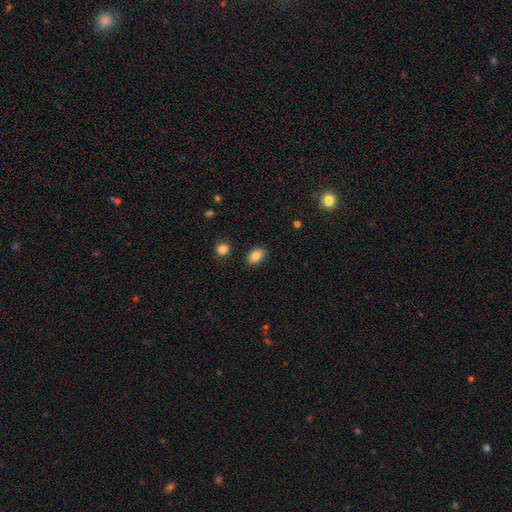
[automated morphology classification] Smooth or featured? Predicted: smooth (p=0.85). How rounded? Predicted: in between (p=0.84). Merging? Predicted: none (p=0.87).